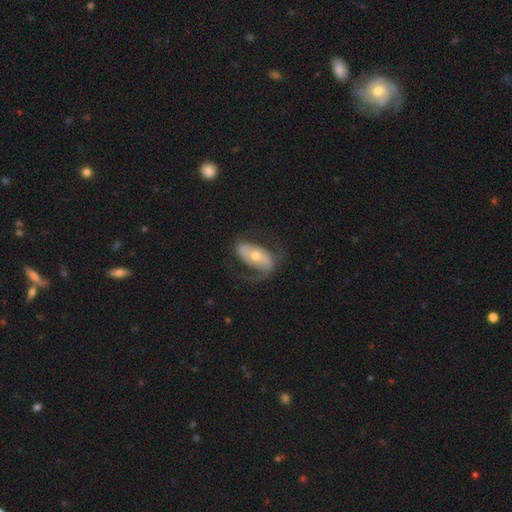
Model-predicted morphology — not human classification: The model was most divided on "spiral winding": medium: 41%, loose: 37%, tight: 21%. Remaining: edge-on disk — no (94%); spiral arms — yes (85%); smooth or featured — featured or disk (74%); spiral arm count — 2 (70%); merging — none (55%); bulge size — moderate (54%); bar — no (40%).